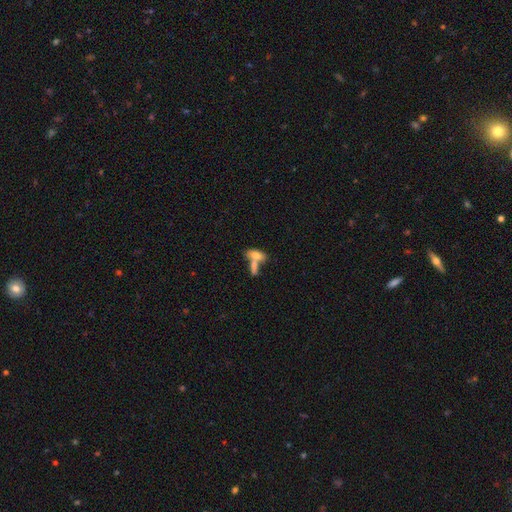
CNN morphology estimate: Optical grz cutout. It shows a smooth galaxy with no disk features (70%) that is in between round and cigar-shaped (75%). Merging: merger (56%).